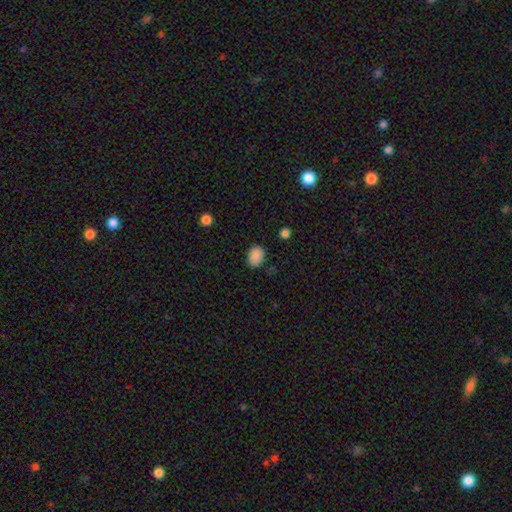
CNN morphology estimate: A smooth galaxy with no disk features (88%) that is in between round and cigar-shaped (76%).

Vote fractions:
- Smooth or featured? smooth: 88% / star or artifact: 9% / featured or disk: 3%
- How rounded? in between: 76% / round: 23% / cigar-shaped: 1%
- Merging? none: 83% / minor disturbance: 13% / major disturbance: 3% / merger: 2%